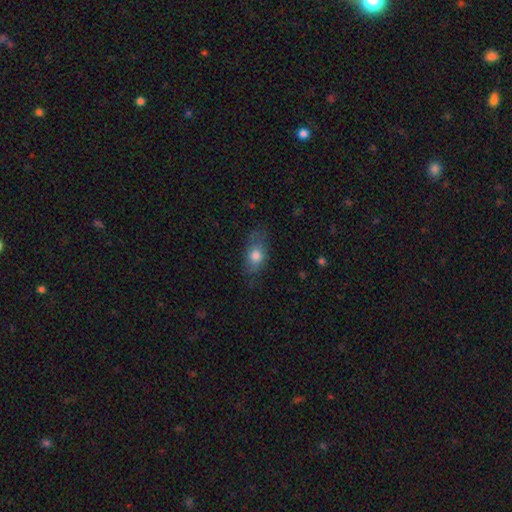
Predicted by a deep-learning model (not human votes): Q: Smooth or featured?
A: smooth (75%); runner-up: featured or disk (16%)
Q: How rounded?
A: in between (82%); runner-up: round (14%)
Q: Merging?
A: none (68%); runner-up: minor disturbance (22%)